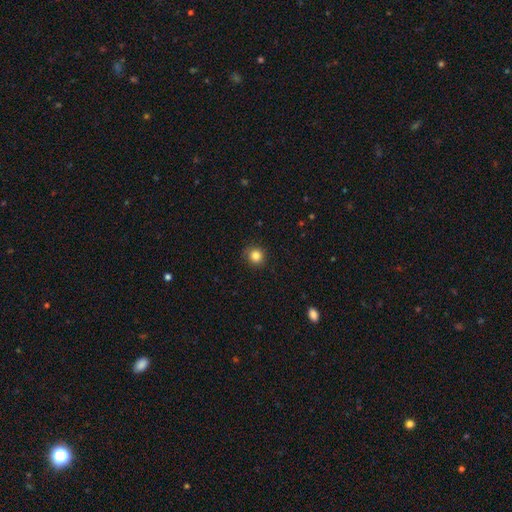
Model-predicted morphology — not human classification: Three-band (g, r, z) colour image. It shows a smooth galaxy with no disk features (84%) that is round (91%). Merging: none (85%).